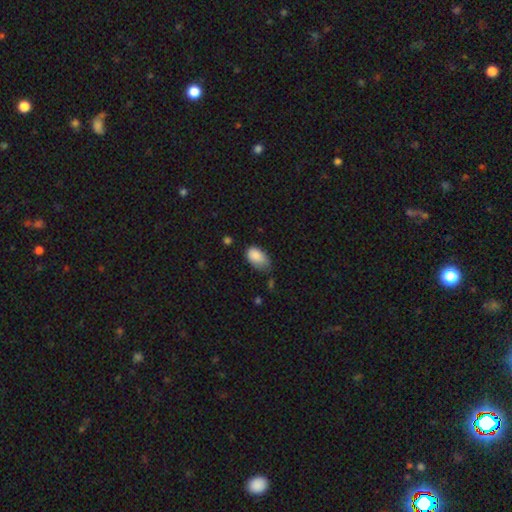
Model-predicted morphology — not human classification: This is clearly a smooth galaxy (86%). How rounded: clearly in between (92%). Merging: marginally minor disturbance (44%).